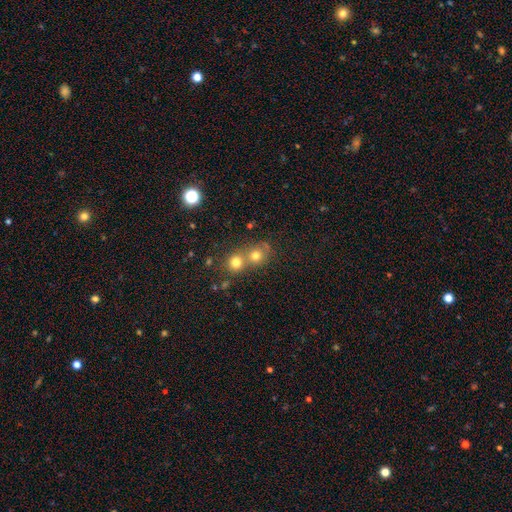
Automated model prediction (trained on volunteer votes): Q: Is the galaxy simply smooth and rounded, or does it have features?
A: smooth — 73%.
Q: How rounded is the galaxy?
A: round — 82%.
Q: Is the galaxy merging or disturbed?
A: merger — 48%.